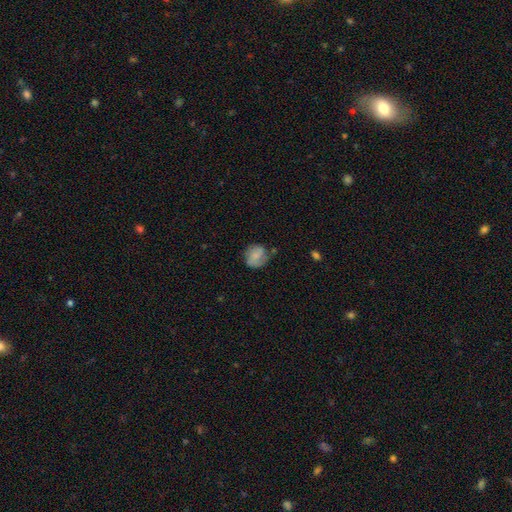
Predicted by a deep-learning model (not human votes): Smooth or featured? Predicted: smooth (p=0.69). How rounded? Predicted: round (p=0.76). Merging? Predicted: none (p=0.59).